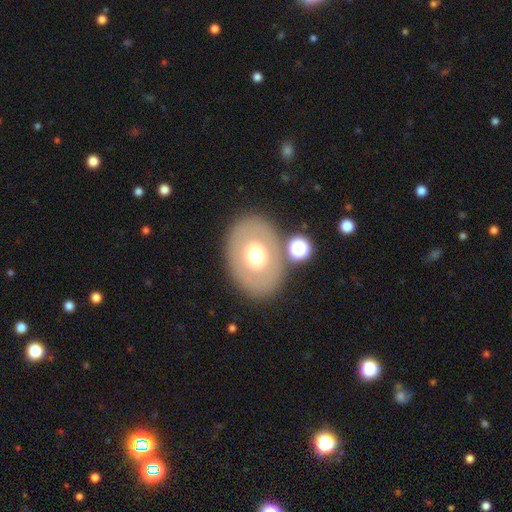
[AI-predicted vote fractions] The model was most divided on "smooth or featured": smooth: 57%, featured or disk: 34%, star or artifact: 9%. More confident: merging — none (79%); how rounded — in between (71%).